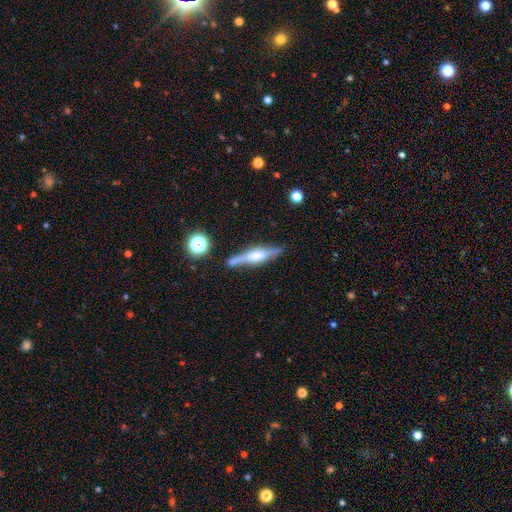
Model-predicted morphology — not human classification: smooth_or_featured: featured or disk (p=0.68) [alt: smooth p=0.24]
disk_edge_on: yes (p=0.94) [alt: no p=0.06]
edge_on_bulge: rounded (p=0.54) [alt: boxy p=0.39]
merging: none (p=0.70) [alt: minor disturbance p=0.17]